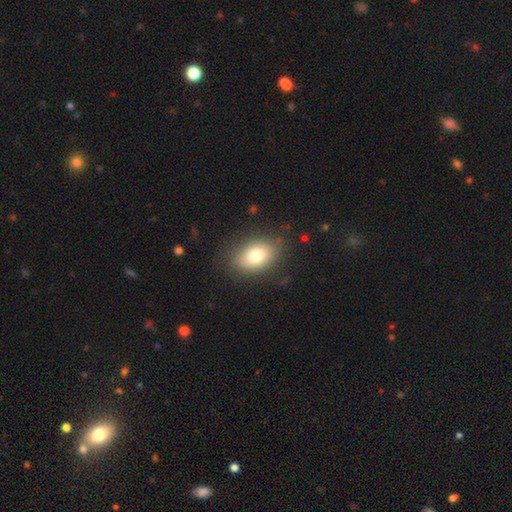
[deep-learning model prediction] Smooth or featured? Predicted: smooth (p=0.77). How rounded? Predicted: in between (p=0.82). Merging? Predicted: none (p=0.81).